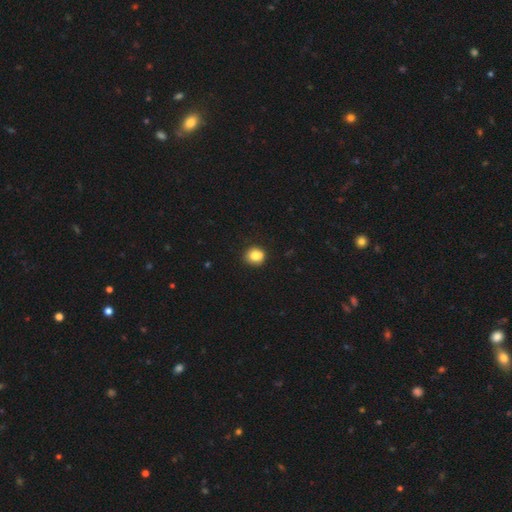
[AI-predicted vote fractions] A smooth galaxy with no disk features (82%) that is round (77%). Merging: none (83%).